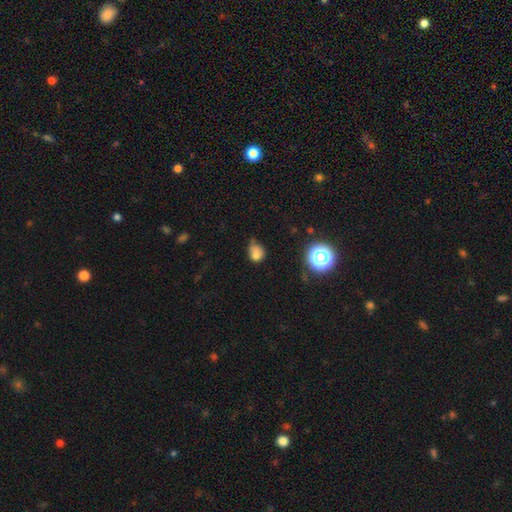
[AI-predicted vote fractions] Smooth or featured? smooth (75%)
How rounded? round (56%)
Merging? none (42%)